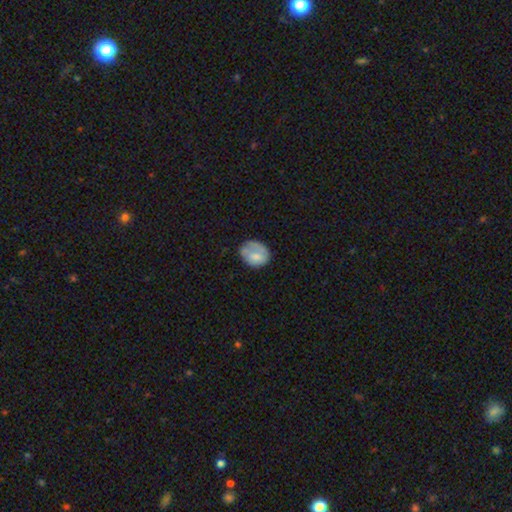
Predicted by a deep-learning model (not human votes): Smooth or featured? smooth (70%)
How rounded? round (53%)
Merging? none (50%)